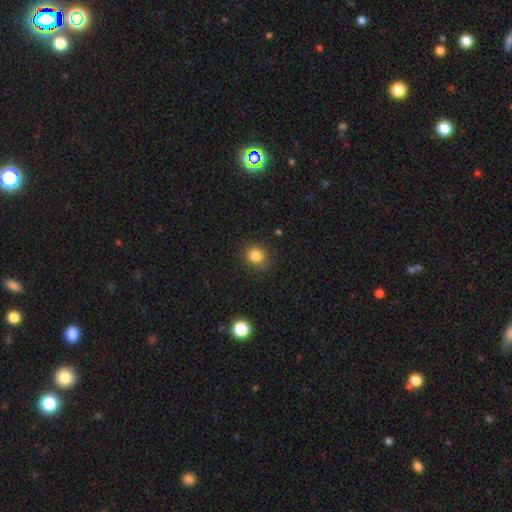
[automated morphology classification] The model was most divided on "how rounded": round: 82%, in between: 17%, cigar-shaped: 1%. More confident: merging — none (85%); smooth or featured — smooth (84%).